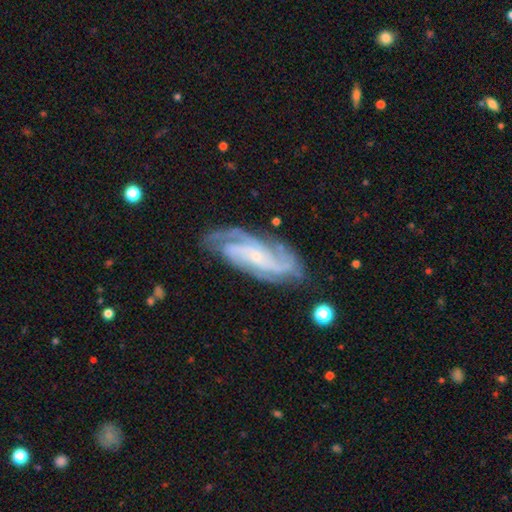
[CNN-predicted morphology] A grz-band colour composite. It shows a featured or disk galaxy (89%) with no bar (61%), 3 (37%) tight (55%) spiral arms (98%) and a small central bulge (83%). Merging: none (75%).